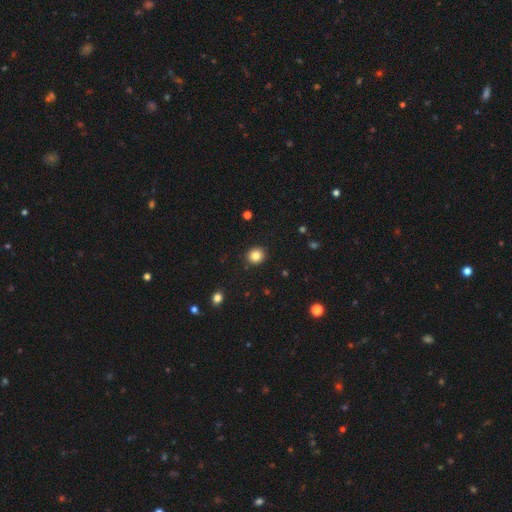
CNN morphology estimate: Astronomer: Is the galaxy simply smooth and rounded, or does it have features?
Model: smooth — 84%.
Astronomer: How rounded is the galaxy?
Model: round — 85%.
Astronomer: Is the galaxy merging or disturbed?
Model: none — 91%.